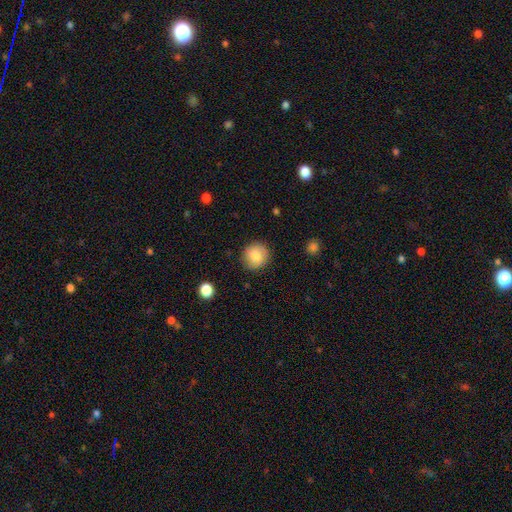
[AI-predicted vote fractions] Smooth or featured? Predicted: smooth (p=0.82). How rounded? Predicted: round (p=0.90). Merging? Predicted: none (p=0.87).